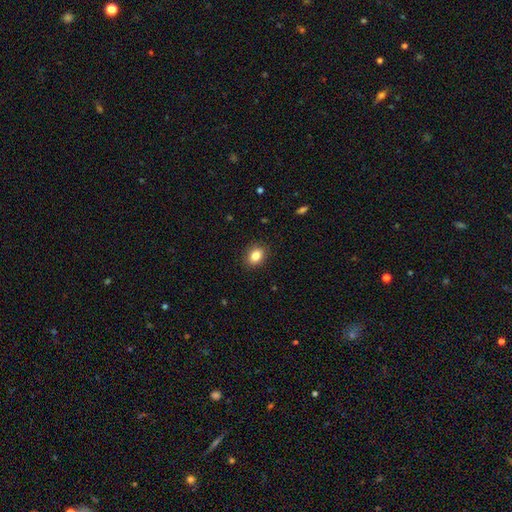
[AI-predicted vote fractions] Smooth or featured?
  - smooth: 85% *
  - star or artifact: 9%
  - featured or disk: 5%
How rounded?
  - in between: 65% *
  - round: 33%
  - cigar-shaped: 1%
Merging?
  - none: 89% *
  - minor disturbance: 8%
  - major disturbance: 2%
  - merger: 1%